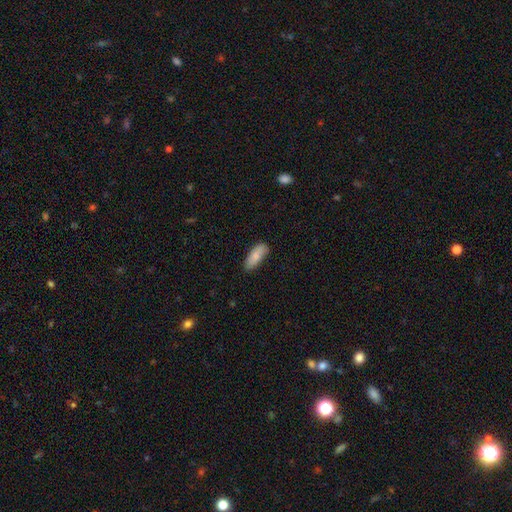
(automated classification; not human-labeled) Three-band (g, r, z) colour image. It shows a smooth galaxy with no disk features (81%) that is in between round and cigar-shaped (75%). Merging: none (78%).